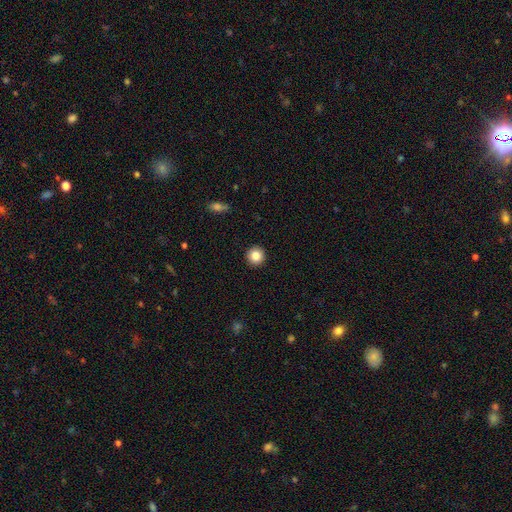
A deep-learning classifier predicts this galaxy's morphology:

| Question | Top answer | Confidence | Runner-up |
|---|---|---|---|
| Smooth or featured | smooth | 85% | star or artifact (10%) |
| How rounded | round | 95% | in between (4%) |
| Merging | none | 93% | minor disturbance (5%) |